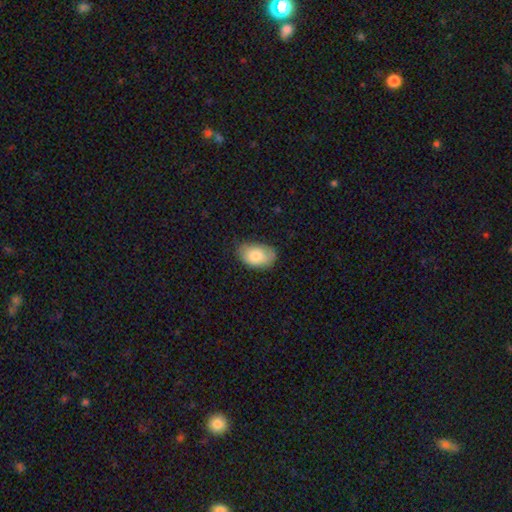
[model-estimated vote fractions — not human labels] Smooth or featured: smooth — 80% (featured or disk — 13%)
How rounded: in between — 91% (round — 8%)
Merging: none — 71% (minor disturbance — 24%)